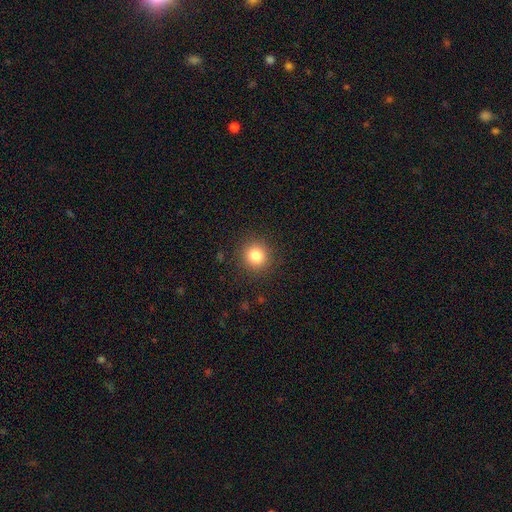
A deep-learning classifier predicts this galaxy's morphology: smooth_or_featured: smooth (p=0.82) [alt: star or artifact p=0.12]
how_rounded: round (p=0.92) [alt: in between p=0.07]
merging: none (p=0.90) [alt: minor disturbance p=0.07]